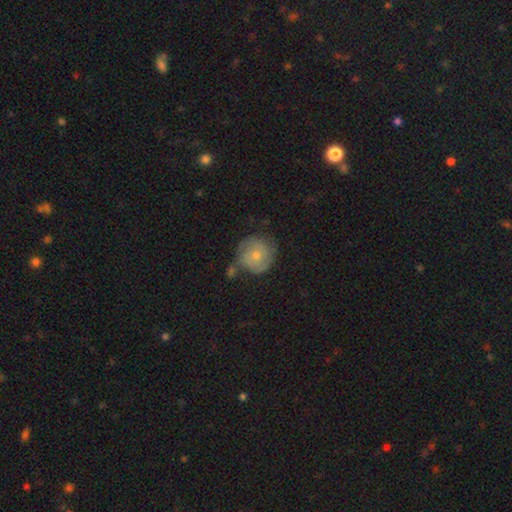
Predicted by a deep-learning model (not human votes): Smooth or featured? Predicted: featured or disk (p=0.50). Merging? Predicted: none (p=0.49).